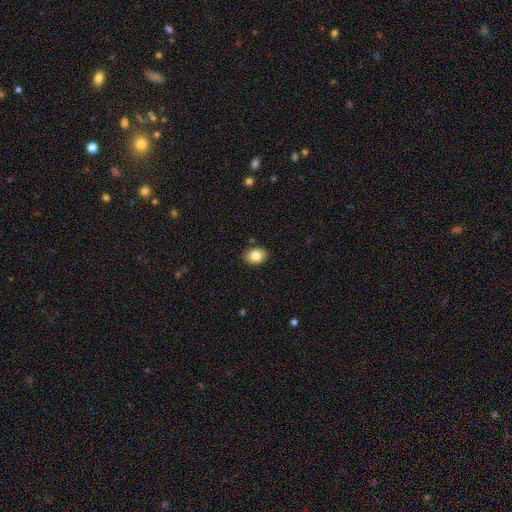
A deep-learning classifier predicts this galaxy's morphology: smooth-or-featured: smooth: 82% | featured or disk: 10% | star or artifact: 8%
  how-rounded: in between: 77% | round: 22% | cigar-shaped: 1%
  merging: none: 87% | minor disturbance: 10% | major disturbance: 2% | merger: 1%